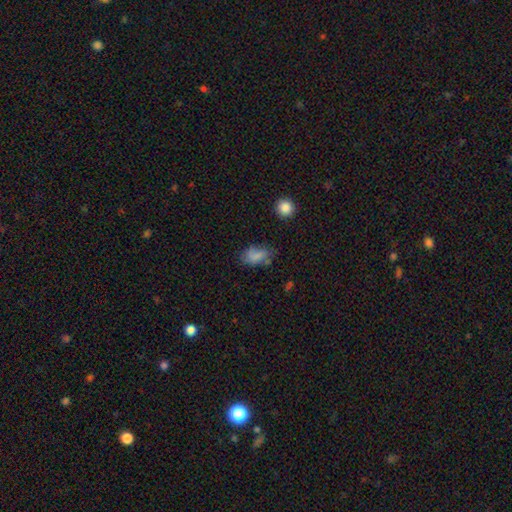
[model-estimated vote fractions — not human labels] This is likely a smooth galaxy (78%). How rounded: clearly in between (89%). Merging: possibly none (55%).